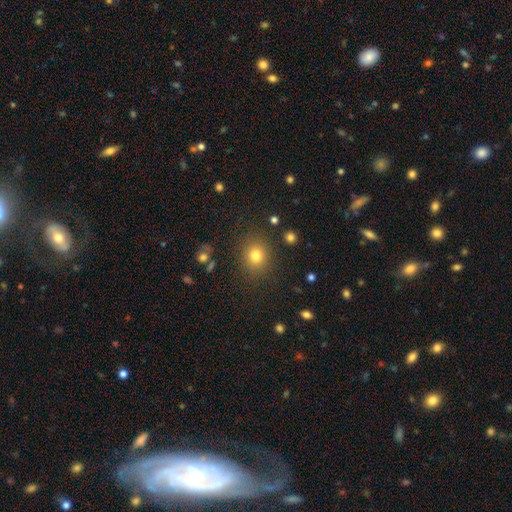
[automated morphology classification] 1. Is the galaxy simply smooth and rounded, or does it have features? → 78% smooth, 15% star or artifact, 7% featured or disk.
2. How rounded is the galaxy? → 72% round, 27% in between, 1% cigar-shaped.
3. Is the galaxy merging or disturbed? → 85% none, 9% minor disturbance, 4% major disturbance, 2% merger.